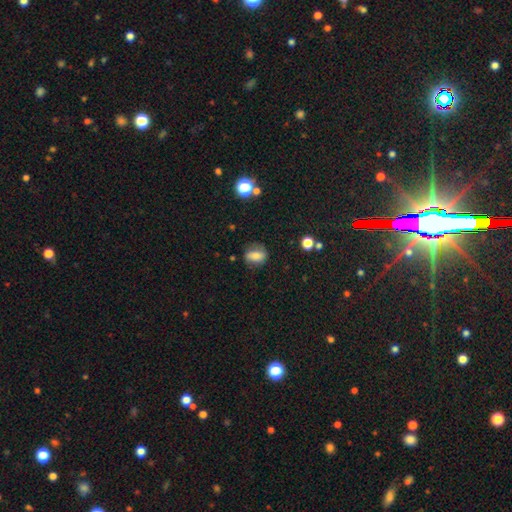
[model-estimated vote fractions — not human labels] smooth_or_featured: smooth (p=0.64) [alt: featured or disk p=0.25]
how_rounded: in between (p=0.67) [alt: round p=0.30]
merging: none (p=0.68) [alt: minor disturbance p=0.21]